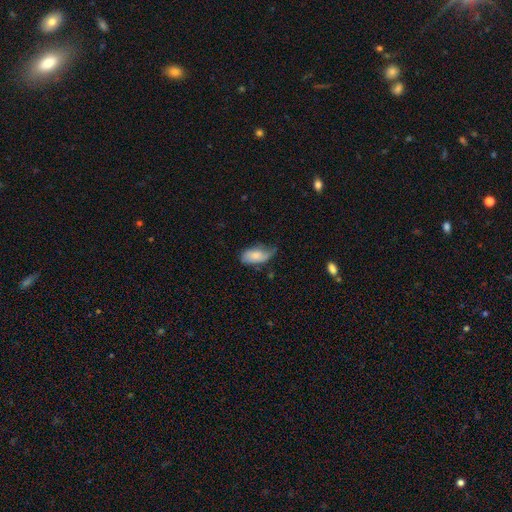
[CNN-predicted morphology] type=smooth (70%); roundness=in between (92%); merging=minor disturbance (43%).